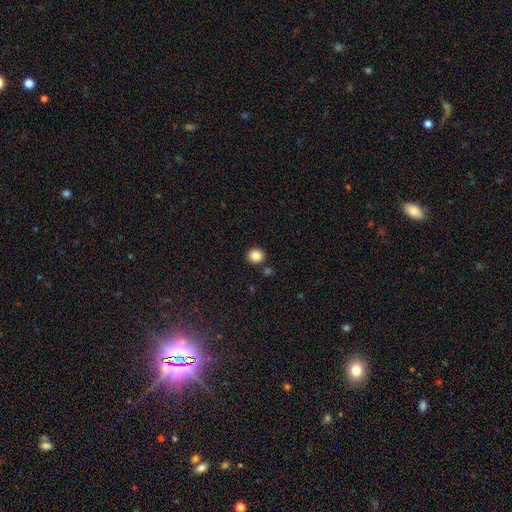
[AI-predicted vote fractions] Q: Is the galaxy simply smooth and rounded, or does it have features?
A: smooth — 85%.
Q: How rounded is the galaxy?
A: round — 83%.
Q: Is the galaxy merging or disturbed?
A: none — 87%.